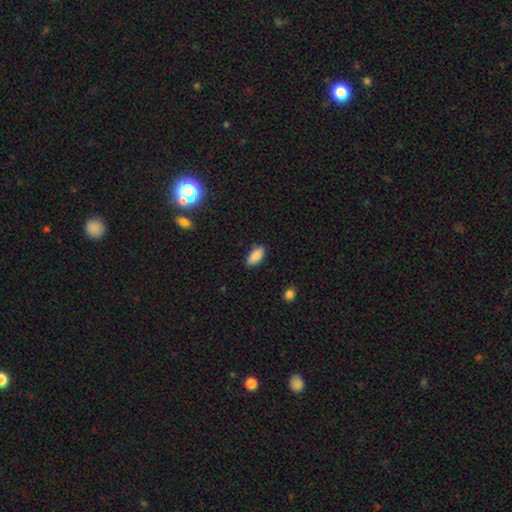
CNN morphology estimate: The model was most divided on "merging": none: 82%, minor disturbance: 15%, major disturbance: 2%, merger: 1%. More confident: how rounded — in between (91%); smooth or featured — smooth (88%).